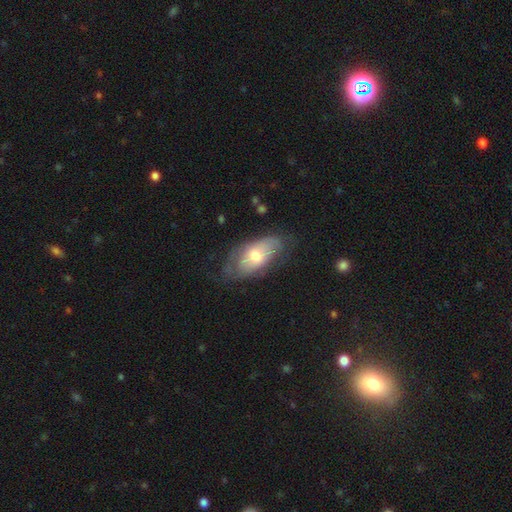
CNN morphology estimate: This appears to be a smooth galaxy with no disk features (49%). Merging: none (59%).